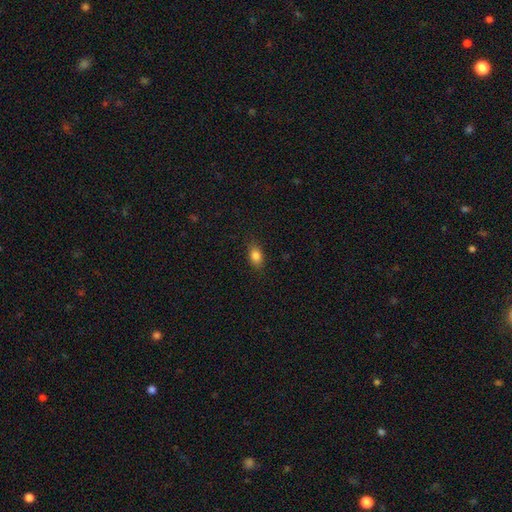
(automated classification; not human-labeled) Q: Smooth or featured?
A: smooth (83%); runner-up: star or artifact (9%)
Q: How rounded?
A: in between (82%); runner-up: round (14%)
Q: Merging?
A: none (85%); runner-up: minor disturbance (11%)